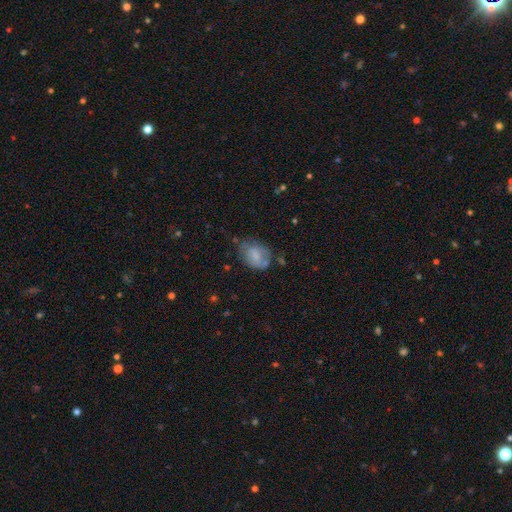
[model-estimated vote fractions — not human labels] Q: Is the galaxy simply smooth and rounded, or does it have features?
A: smooth — 70%.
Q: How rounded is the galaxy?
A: in between — 70%.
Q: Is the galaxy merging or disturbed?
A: none — 49%.